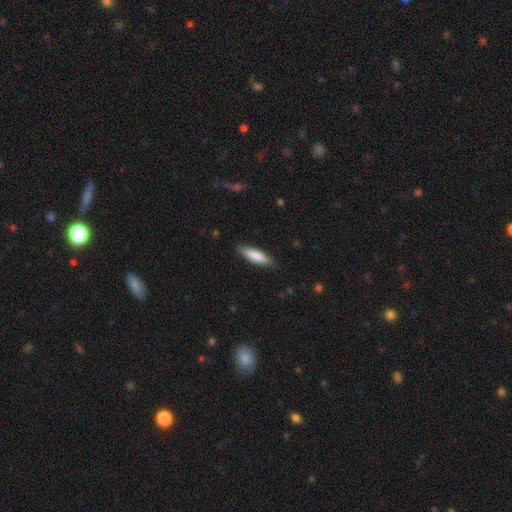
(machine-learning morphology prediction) Smooth or featured: smooth — 80% (featured or disk — 14%)
How rounded: cigar-shaped — 64% (in between — 34%)
Merging: none — 85% (minor disturbance — 11%)